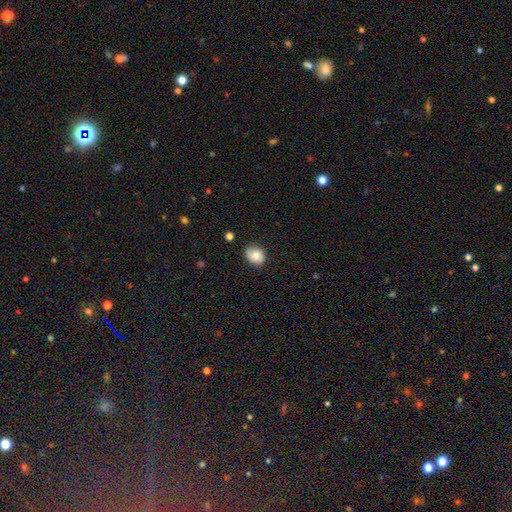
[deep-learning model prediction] Q: Smooth or featured?
A: smooth (75%); runner-up: featured or disk (16%)
Q: How rounded?
A: round (53%); runner-up: in between (46%)
Q: Merging?
A: none (75%); runner-up: minor disturbance (20%)